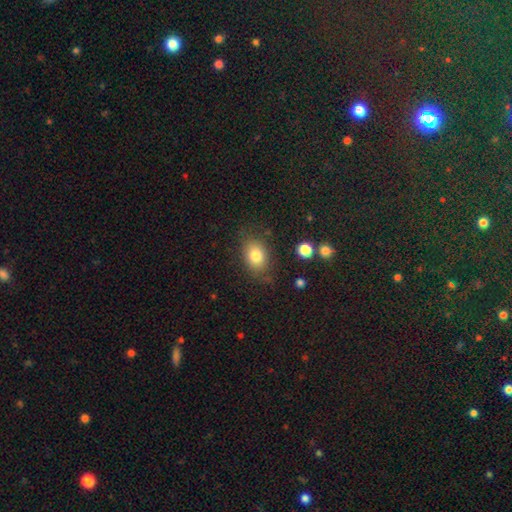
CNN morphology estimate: This appears to be a smooth galaxy with no disk features (80%) that is in between round and cigar-shaped (73%). Merging: none (74%).